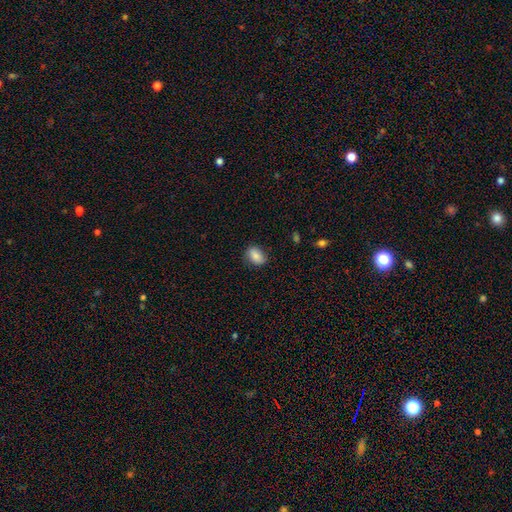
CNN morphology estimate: The model was most divided on "how rounded": in between: 76%, round: 22%, cigar-shaped: 1%. More confident: smooth or featured — smooth (83%); merging — none (82%).